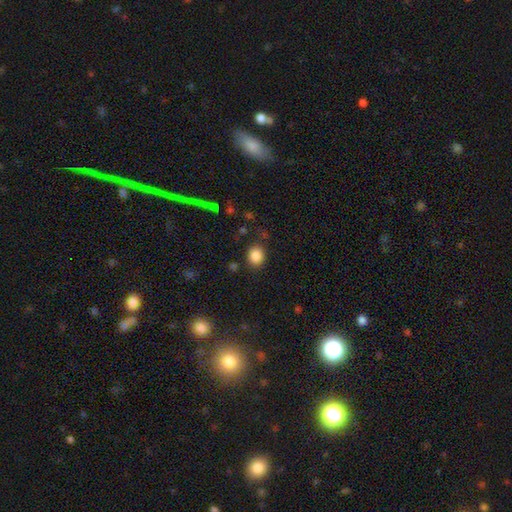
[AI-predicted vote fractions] A smooth galaxy with no disk features (86%) that is round (68%). Merging: none (82%).